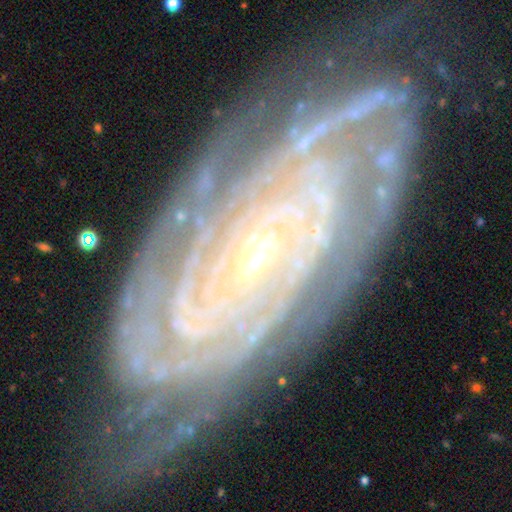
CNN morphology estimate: smooth_or_featured: featured or disk (p=0.91) [alt: star or artifact p=0.06]
disk_edge_on: no (p=0.95) [alt: yes p=0.05]
bar: no (p=0.58) [alt: weak p=0.23]
has_spiral_arms: yes (p=0.99) [alt: no p=0.01]
spiral_winding: tight (p=0.85) [alt: medium p=0.13]
spiral_arm_count: 4 (p=0.25) [alt: 3 p=0.21]
bulge_size: small (p=0.82) [alt: moderate p=0.14]
merging: none (p=0.79) [alt: minor disturbance p=0.15]